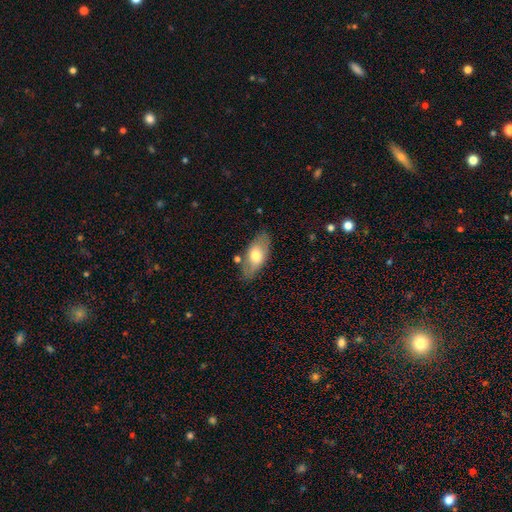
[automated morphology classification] This appears to be a smooth galaxy with no disk features (65%) that is in between round and cigar-shaped (89%). Merging: none (75%).